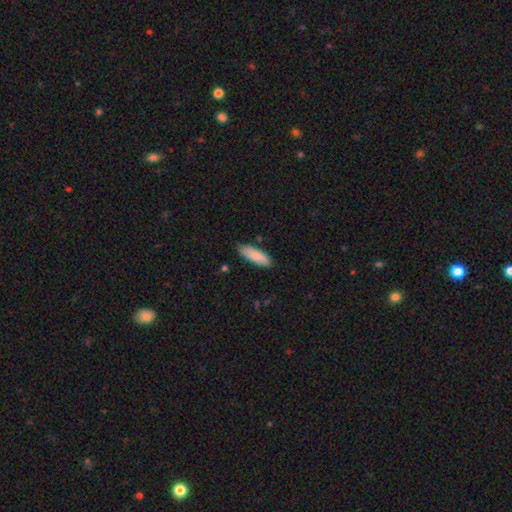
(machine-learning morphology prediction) Smooth or featured: smooth — 85% (featured or disk — 10%)
How rounded: in between — 57% (cigar-shaped — 42%)
Merging: none — 83% (minor disturbance — 13%)